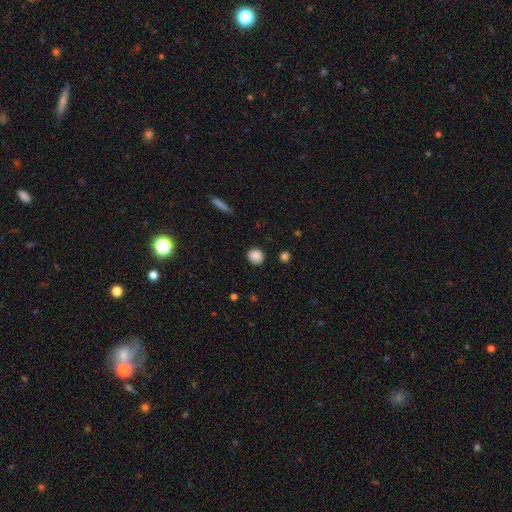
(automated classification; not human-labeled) A smooth galaxy with no disk features (87%) that is round (84%). Merging: none (87%).